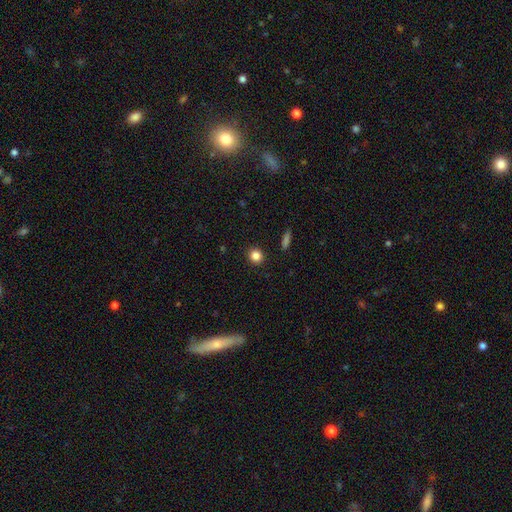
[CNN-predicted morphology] This is clearly a smooth galaxy (84%). How rounded: clearly round (86%). Merging: clearly none (92%).